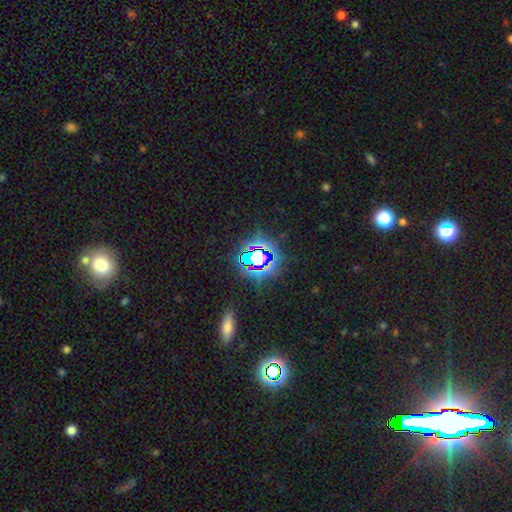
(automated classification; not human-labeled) Overall: star or artifact (77%).